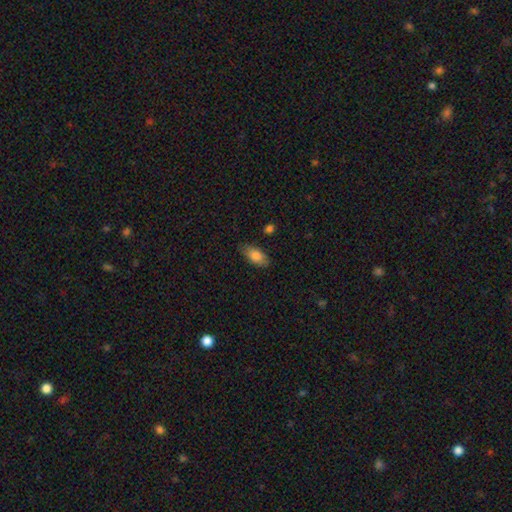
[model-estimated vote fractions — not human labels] Smooth or featured: smooth — 81% (featured or disk — 12%)
How rounded: in between — 88% (cigar-shaped — 9%)
Merging: none — 80% (minor disturbance — 16%)